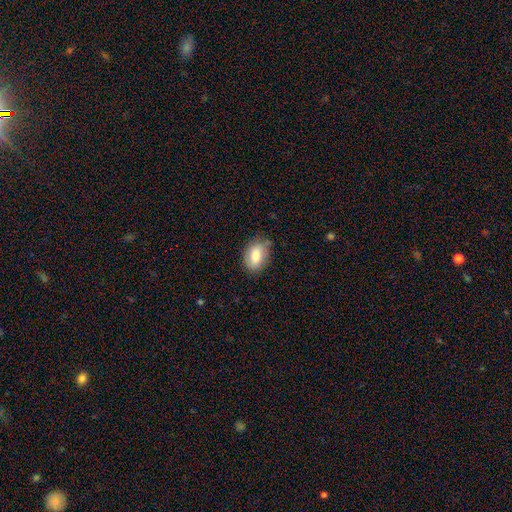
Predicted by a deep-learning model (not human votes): A smooth galaxy with no disk features (80%) that is in between round and cigar-shaped (85%).

Vote fractions:
- Smooth or featured? smooth: 80% / featured or disk: 12% / star or artifact: 7%
- How rounded? in between: 85% / round: 13% / cigar-shaped: 1%
- Merging? none: 76% / minor disturbance: 19% / major disturbance: 4% / merger: 1%